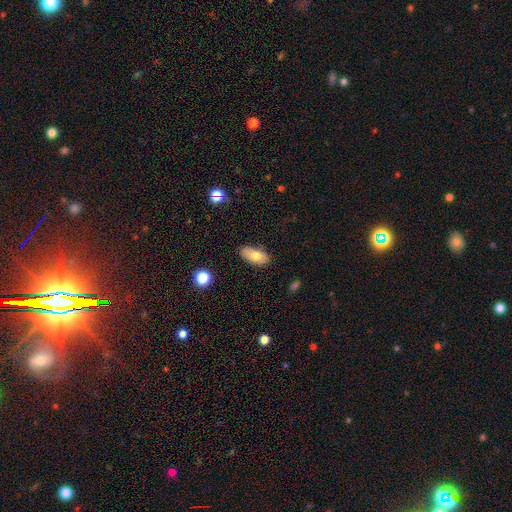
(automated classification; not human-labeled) A smooth galaxy with no disk features (72%) that is in between round and cigar-shaped (91%). Merging: none (83%).